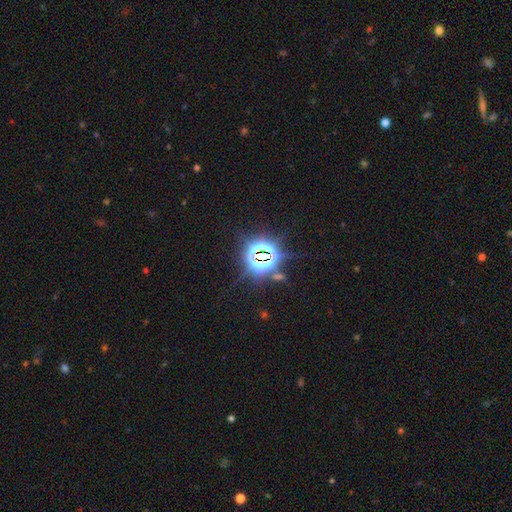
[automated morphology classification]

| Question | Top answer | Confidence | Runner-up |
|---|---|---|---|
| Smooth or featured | star or artifact | 82% | smooth (11%) |